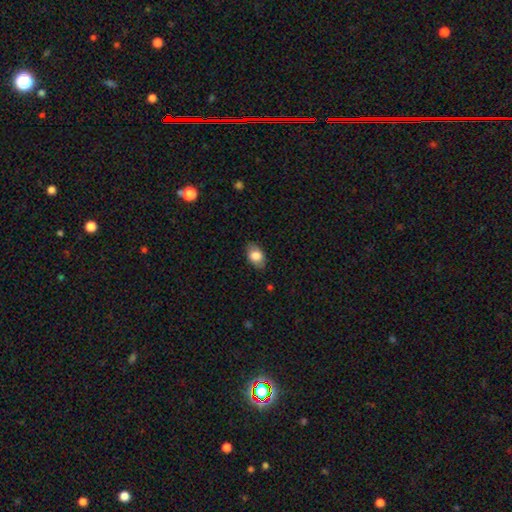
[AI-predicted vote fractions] Overall: smooth (80%). How rounded: in between (89%). Merging: none (83%).